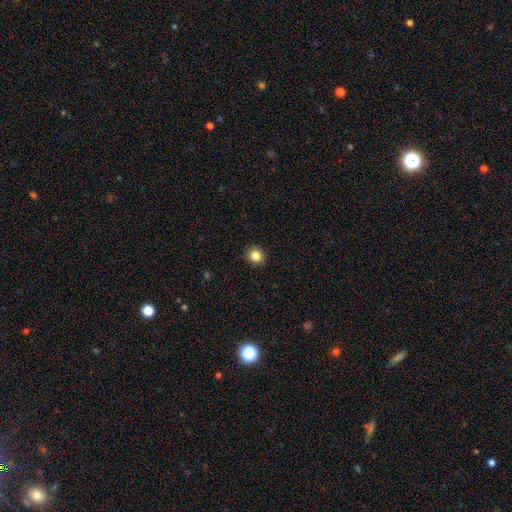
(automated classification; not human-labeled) Smooth or featured?
  - smooth: 85% *
  - star or artifact: 11%
  - featured or disk: 5%
How rounded?
  - round: 80% *
  - in between: 19%
  - cigar-shaped: 1%
Merging?
  - none: 92% *
  - minor disturbance: 6%
  - major disturbance: 2%
  - merger: 1%